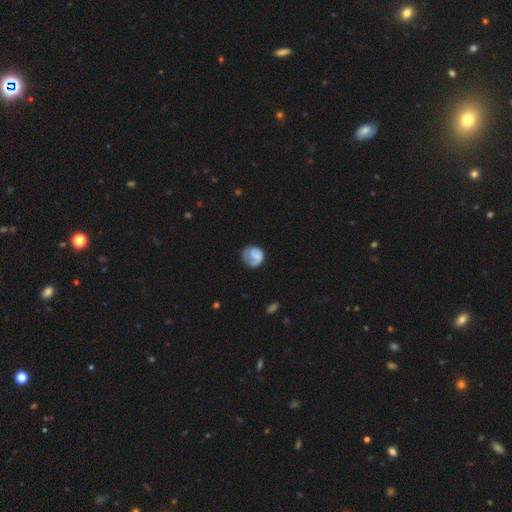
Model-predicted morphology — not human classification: Overall: smooth (55%; featured or disk 38%). How rounded: round (75%). Merging: none (51%; minor disturbance 24%).